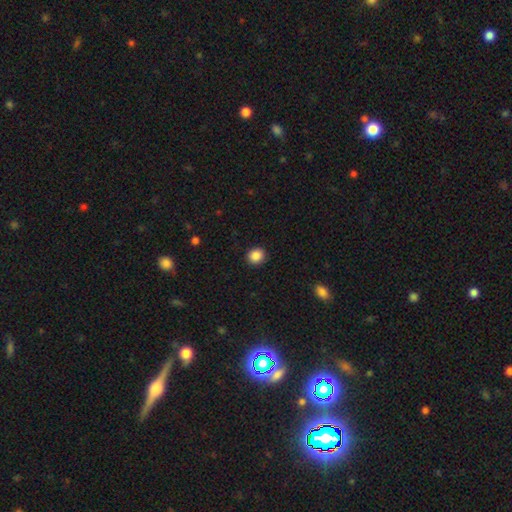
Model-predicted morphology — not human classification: smooth_or_featured: smooth (p=0.87) [alt: star or artifact p=0.09]
how_rounded: round (p=0.81) [alt: in between p=0.18]
merging: none (p=0.90) [alt: minor disturbance p=0.07]